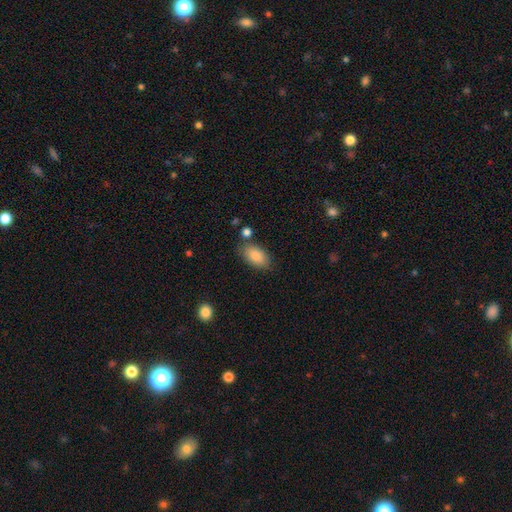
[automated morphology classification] Smooth or featured: smooth — 86% (featured or disk — 8%)
How rounded: in between — 93% (round — 4%)
Merging: none — 77% (minor disturbance — 14%)